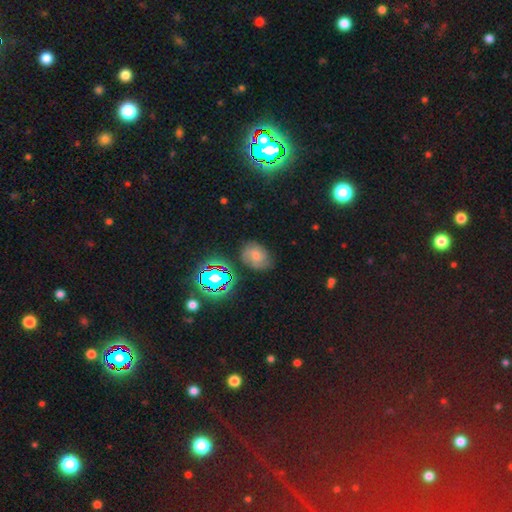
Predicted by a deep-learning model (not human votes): smooth-or-featured: featured or disk: 35% | star or artifact: 34% | smooth: 31%
  merging: none: 72% | minor disturbance: 19% | major disturbance: 6% | merger: 3%